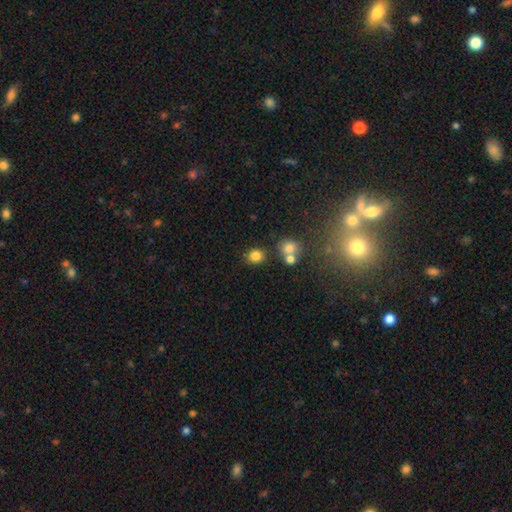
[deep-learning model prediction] Smooth or featured?
  - smooth: 82% *
  - star or artifact: 12%
  - featured or disk: 6%
How rounded?
  - round: 71% *
  - in between: 28%
  - cigar-shaped: 1%
Merging?
  - none: 74% *
  - merger: 11%
  - minor disturbance: 11%
  - major disturbance: 4%